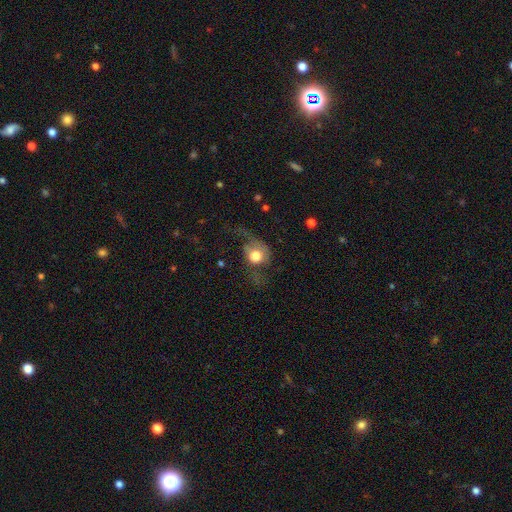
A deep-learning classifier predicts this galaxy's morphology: This appears to be a smooth galaxy with no disk features (54%) that is round (65%). Merging: major disturbance (48%).